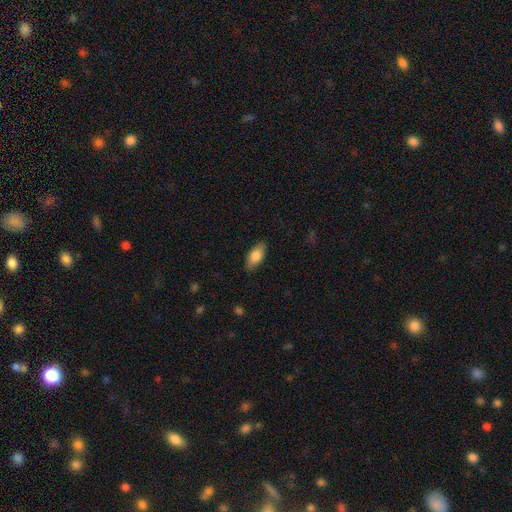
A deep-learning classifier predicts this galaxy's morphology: type=smooth (80%); roundness=in between (88%); merging=none (85%).